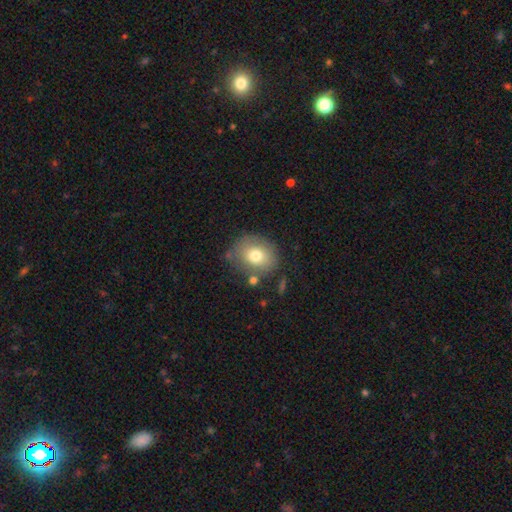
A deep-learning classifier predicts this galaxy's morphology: A smooth galaxy with no disk features (73%) that is round (67%).

Vote fractions:
- Smooth or featured? smooth: 73% / featured or disk: 17% / star or artifact: 10%
- How rounded? round: 67% / in between: 32% / cigar-shaped: 1%
- Merging? none: 73% / minor disturbance: 16% / merger: 6% / major disturbance: 5%